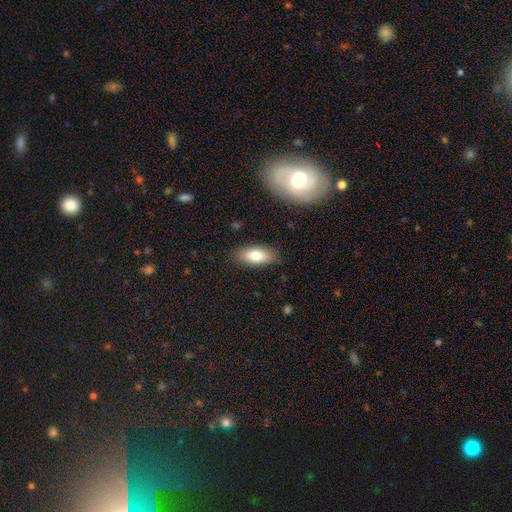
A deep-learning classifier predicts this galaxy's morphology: smooth-or-featured: smooth: 78% | featured or disk: 15% | star or artifact: 7%
  how-rounded: in between: 83% | cigar-shaped: 14% | round: 3%
  merging: none: 86% | minor disturbance: 10% | major disturbance: 2% | merger: 1%